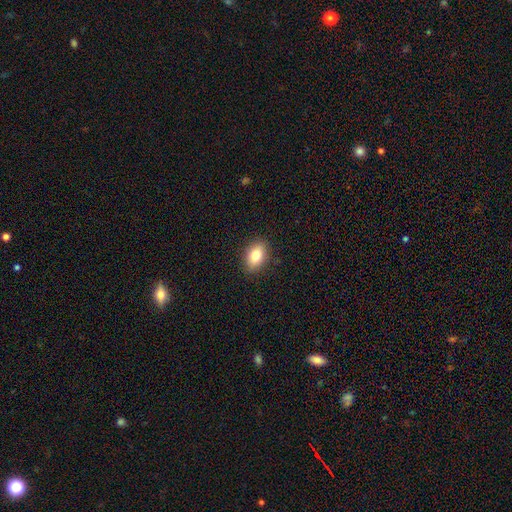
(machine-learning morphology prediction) type=smooth (81%); roundness=in between (84%); merging=none (88%).